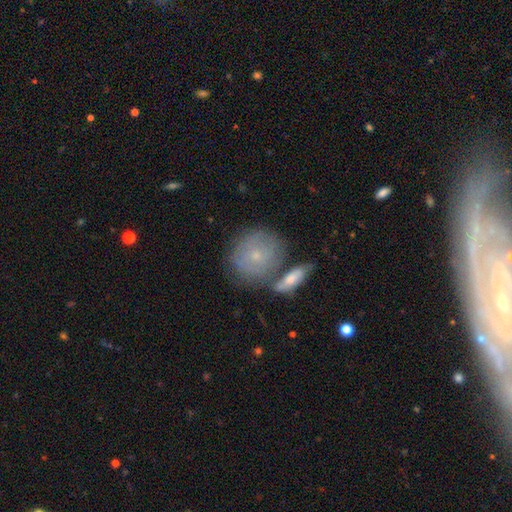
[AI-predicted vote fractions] This is possibly a smooth galaxy (51%). How rounded: clearly round (83%). Merging: possibly none (57%).